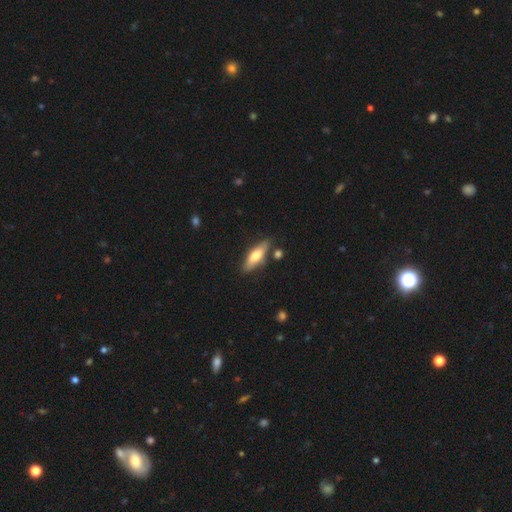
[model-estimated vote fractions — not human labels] Smooth or featured?
  - smooth: 62% *
  - featured or disk: 32%
  - star or artifact: 6%
How rounded?
  - cigar-shaped: 51% *
  - in between: 47%
  - round: 2%
Merging?
  - none: 78% *
  - minor disturbance: 14%
  - merger: 5%
  - major disturbance: 3%